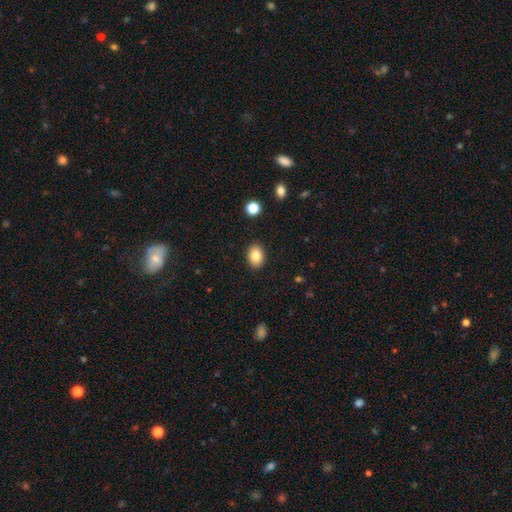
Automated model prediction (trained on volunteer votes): Smooth or featured: smooth — 84% (star or artifact — 9%)
How rounded: in between — 74% (round — 25%)
Merging: none — 89% (minor disturbance — 7%)